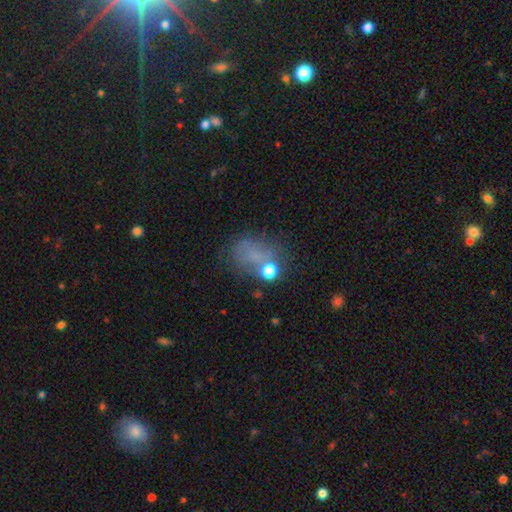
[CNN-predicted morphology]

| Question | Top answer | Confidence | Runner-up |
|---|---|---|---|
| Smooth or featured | smooth | 50% | star or artifact (28%) |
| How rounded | in between | 61% | round (37%) |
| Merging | none | 46% | major disturbance (22%) |